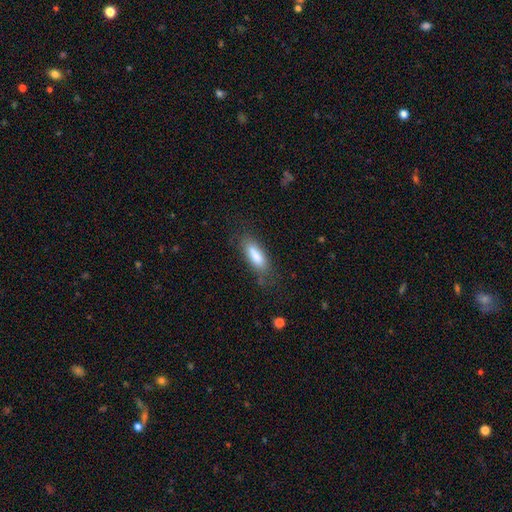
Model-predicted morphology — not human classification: This is clearly a smooth galaxy (82%). How rounded: likely in between (64%). Merging: likely none (71%).